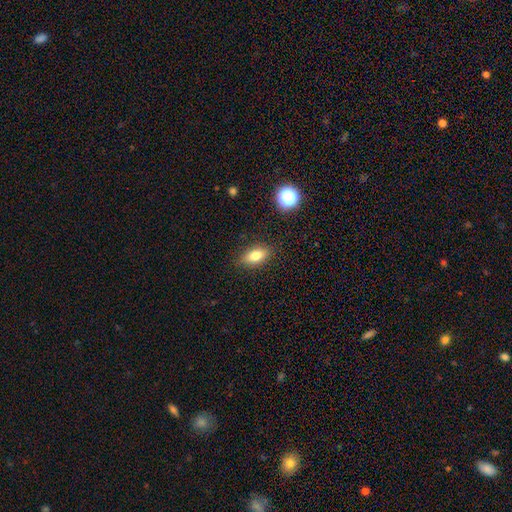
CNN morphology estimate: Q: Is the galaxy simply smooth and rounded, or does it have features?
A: smooth — 79%.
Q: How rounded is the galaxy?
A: in between — 85%.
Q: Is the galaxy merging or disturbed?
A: none — 87%.